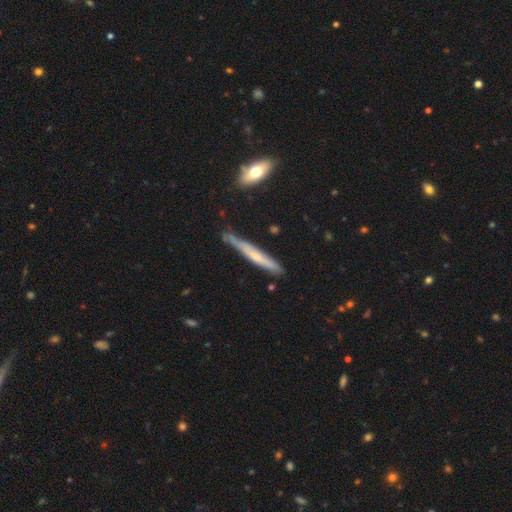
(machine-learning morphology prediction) smooth_or_featured: featured or disk (p=0.48) [alt: smooth p=0.46]
merging: none (p=0.72) [alt: minor disturbance p=0.21]